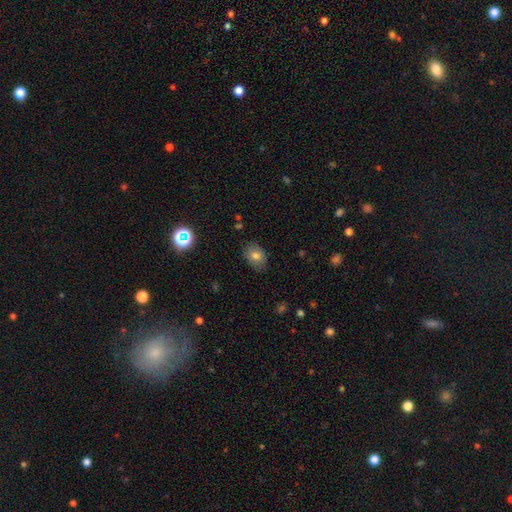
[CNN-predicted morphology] Q: Smooth or featured?
A: smooth (77%); runner-up: featured or disk (13%)
Q: How rounded?
A: in between (71%); runner-up: round (28%)
Q: Merging?
A: none (82%); runner-up: minor disturbance (14%)